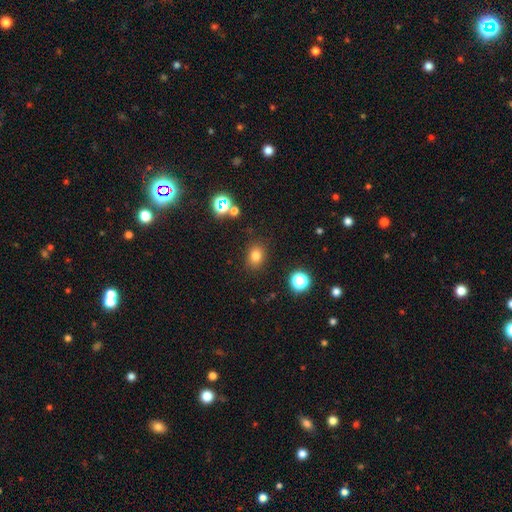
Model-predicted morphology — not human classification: This appears to be a smooth galaxy with no disk features (77%) that is round (51%). Merging: none (86%).